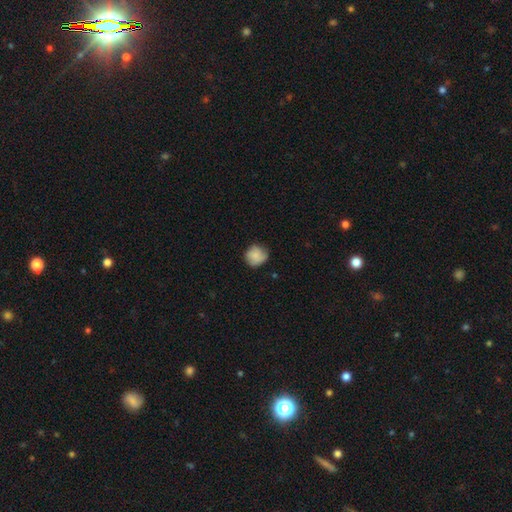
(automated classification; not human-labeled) smooth 82%, featured or disk 11%, star or artifact 7%. Down the decision tree: how rounded — round (87%); merging — none (70%).